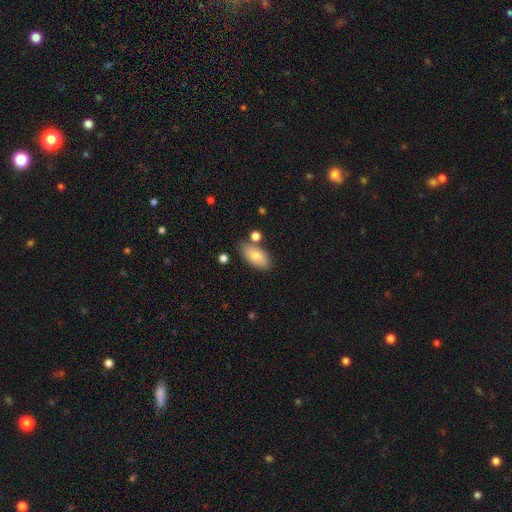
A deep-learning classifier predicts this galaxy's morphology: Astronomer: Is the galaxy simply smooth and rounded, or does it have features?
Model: smooth — 81%.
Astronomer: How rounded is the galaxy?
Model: in between — 92%.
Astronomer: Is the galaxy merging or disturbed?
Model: none — 74%.